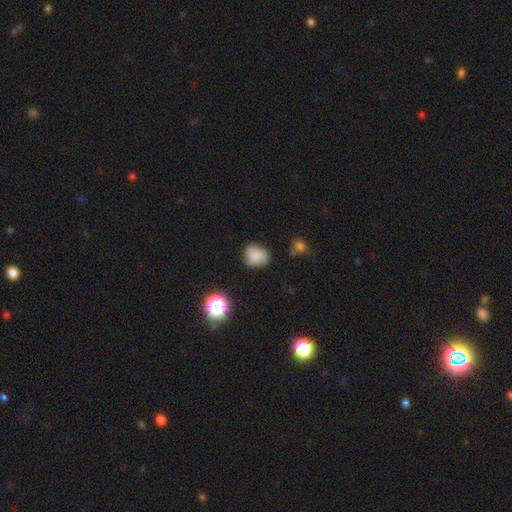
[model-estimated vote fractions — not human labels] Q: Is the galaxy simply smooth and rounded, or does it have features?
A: smooth — 67%.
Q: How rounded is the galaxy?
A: round — 53%.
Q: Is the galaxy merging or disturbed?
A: none — 59%.